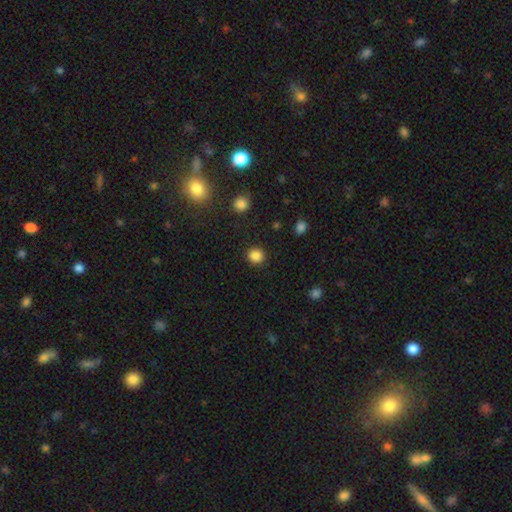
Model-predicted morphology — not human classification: Smooth or featured? Predicted: smooth (p=0.85). How rounded? Predicted: round (p=0.90). Merging? Predicted: none (p=0.91).